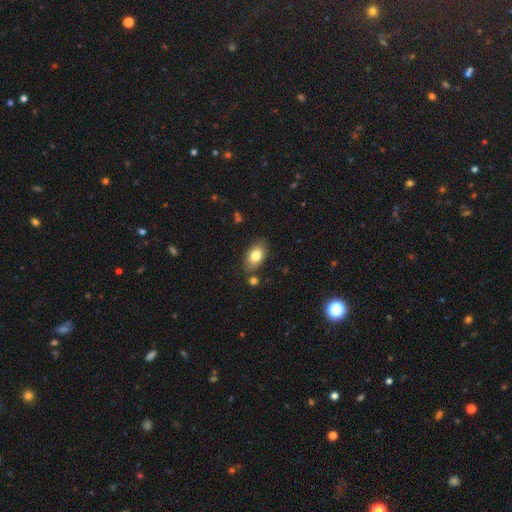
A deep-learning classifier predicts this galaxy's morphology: Smooth or featured? Predicted: smooth (p=0.80). How rounded? Predicted: in between (p=0.91). Merging? Predicted: none (p=0.79).